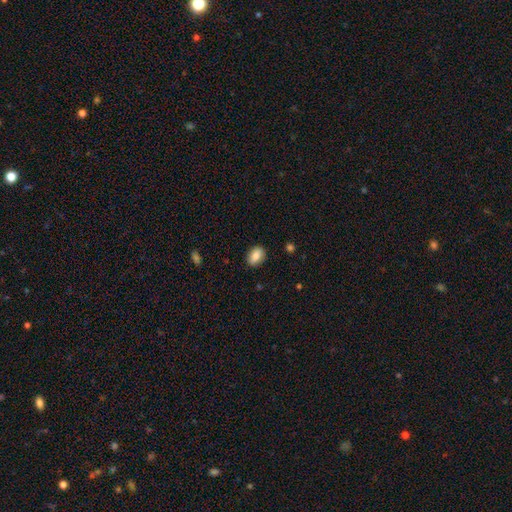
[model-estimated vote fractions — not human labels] Smooth or featured? smooth (84%)
How rounded? in between (78%)
Merging? none (86%)